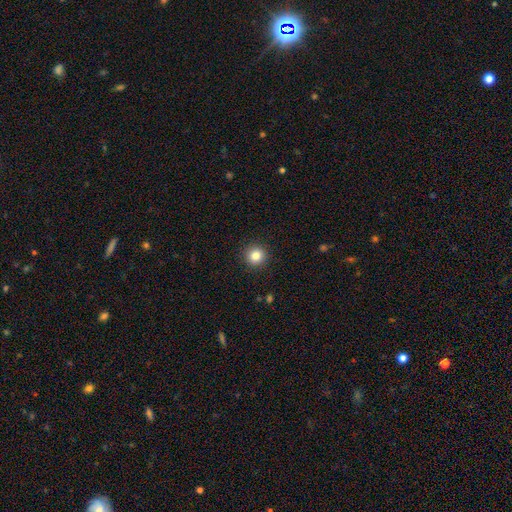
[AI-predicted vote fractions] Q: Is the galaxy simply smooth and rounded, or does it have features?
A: smooth — 84%.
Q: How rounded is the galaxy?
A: round — 94%.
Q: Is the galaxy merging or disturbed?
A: none — 92%.